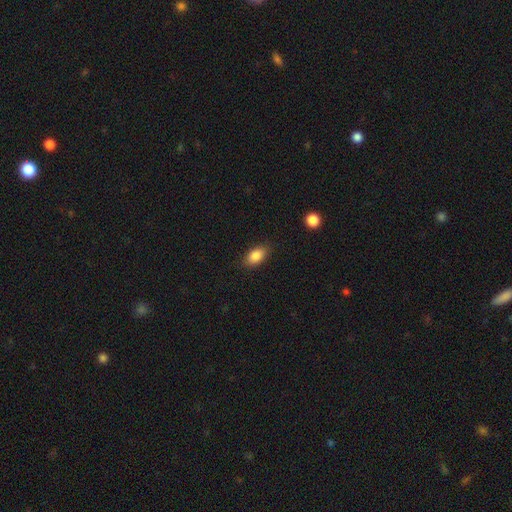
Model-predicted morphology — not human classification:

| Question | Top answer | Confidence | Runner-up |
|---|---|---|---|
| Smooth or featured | smooth | 86% | star or artifact (8%) |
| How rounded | in between | 89% | round (8%) |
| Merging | none | 85% | minor disturbance (11%) |